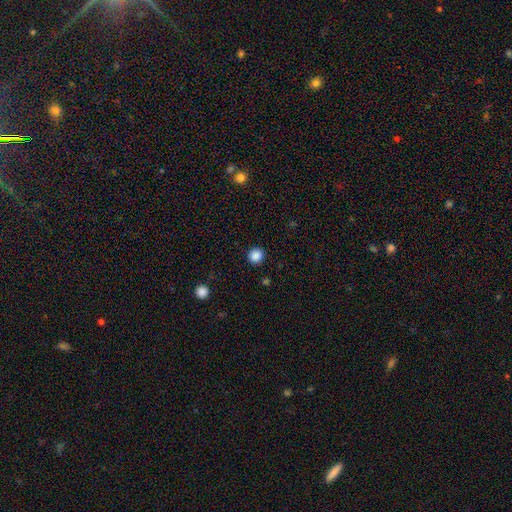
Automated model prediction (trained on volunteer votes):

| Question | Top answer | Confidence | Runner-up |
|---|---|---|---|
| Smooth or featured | smooth | 87% | star or artifact (11%) |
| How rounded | round | 93% | in between (6%) |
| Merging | none | 92% | minor disturbance (5%) |